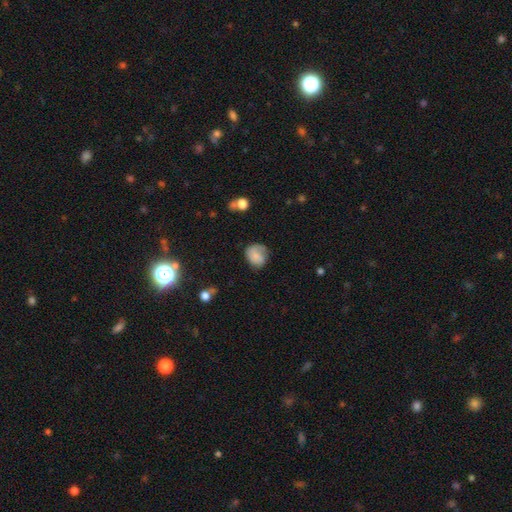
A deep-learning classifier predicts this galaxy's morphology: Smooth or featured? smooth (65%)
How rounded? round (66%)
Merging? none (55%)